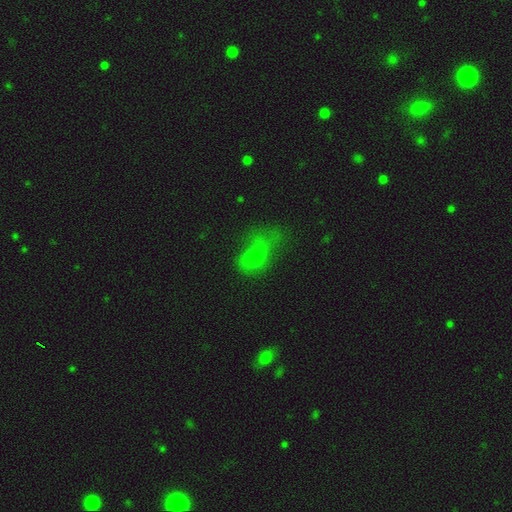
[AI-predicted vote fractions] smooth 62%, featured or disk 21%, star or artifact 16%. Down the decision tree: how rounded — in between (79%); merging — none (37%).